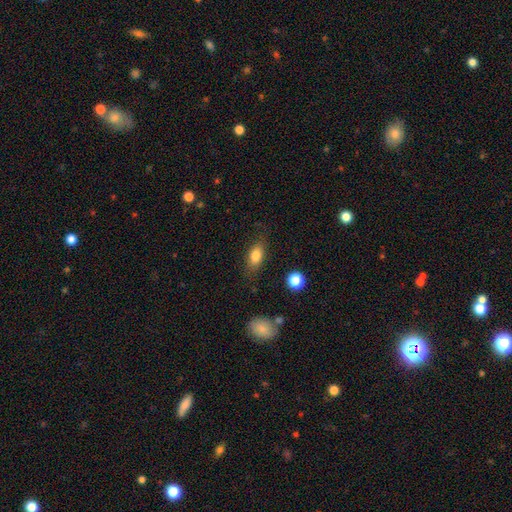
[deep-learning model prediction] Smooth or featured? smooth (80%)
How rounded? in between (81%)
Merging? none (77%)